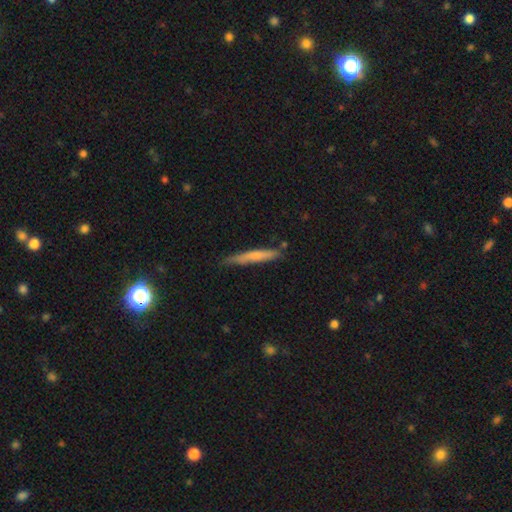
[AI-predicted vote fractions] Smooth or featured: smooth — 63% (featured or disk — 31%)
How rounded: cigar-shaped — 94% (in between — 4%)
Merging: none — 75% (minor disturbance — 19%)